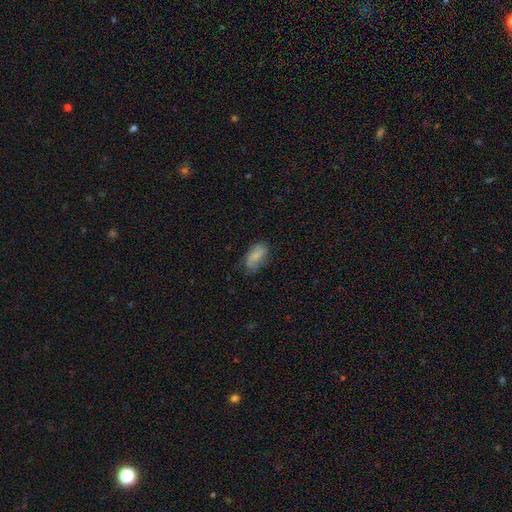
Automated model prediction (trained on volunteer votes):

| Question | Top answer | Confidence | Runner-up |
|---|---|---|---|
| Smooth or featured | smooth | 75% | featured or disk (18%) |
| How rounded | in between | 91% | cigar-shaped (5%) |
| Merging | none | 63% | minor disturbance (27%) |